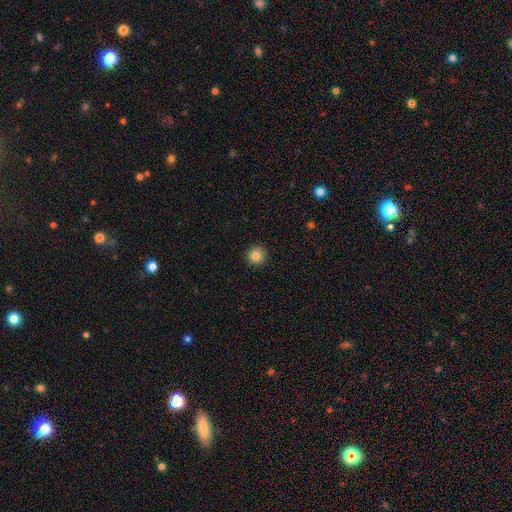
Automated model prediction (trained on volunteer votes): This appears to be a smooth galaxy with no disk features (83%) that is round (96%). Merging: none (93%).